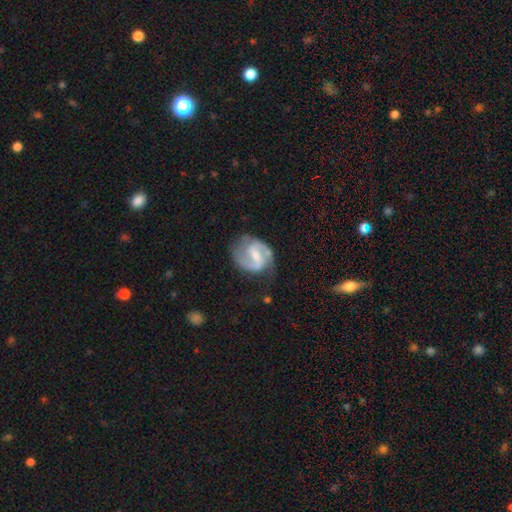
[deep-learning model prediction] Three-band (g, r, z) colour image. It shows a featured or disk galaxy (84%) with a weak bar (53%), 2 (88%) medium (54%) spiral arms (95%) and a small central bulge (45%). Merging: none (66%).